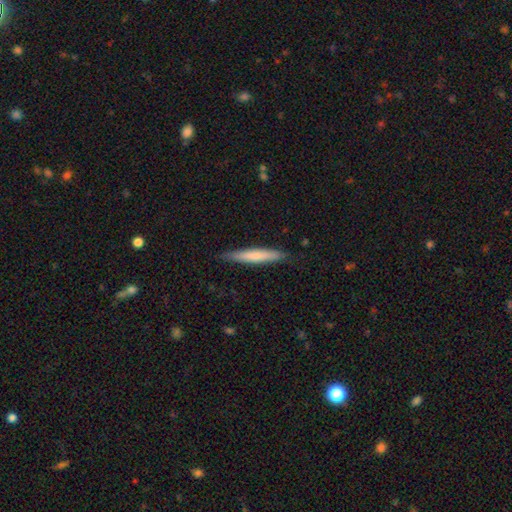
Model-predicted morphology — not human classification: smooth-or-featured: smooth: 65% | featured or disk: 29% | star or artifact: 5%
  how-rounded: cigar-shaped: 94% | in between: 5% | round: 1%
  merging: none: 86% | minor disturbance: 11% | major disturbance: 2% | merger: 1%